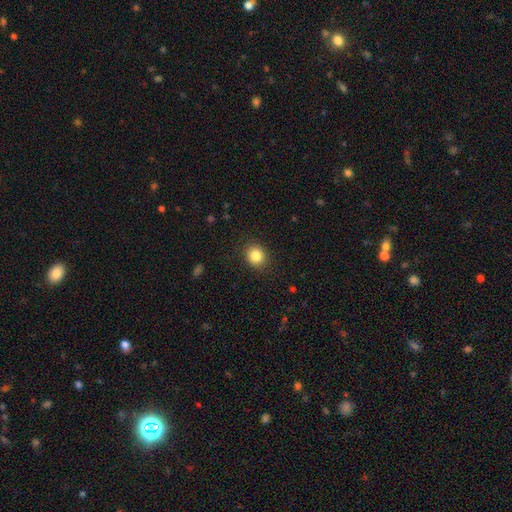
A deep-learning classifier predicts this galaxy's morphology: Overall: smooth (84%). How rounded: round (72%). Merging: none (88%).